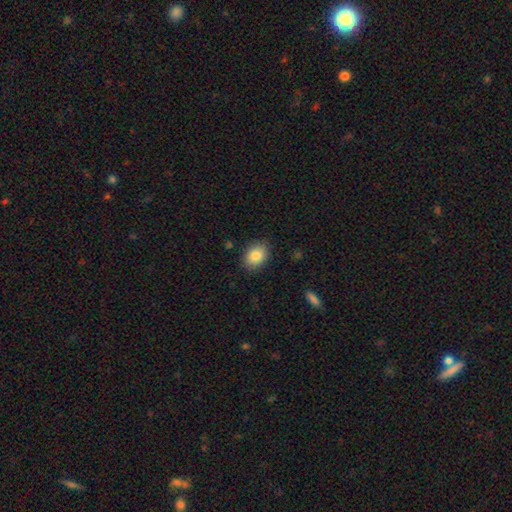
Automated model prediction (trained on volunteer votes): A smooth galaxy with no disk features (85%) that is in between round and cigar-shaped (71%). Merging: none (86%).